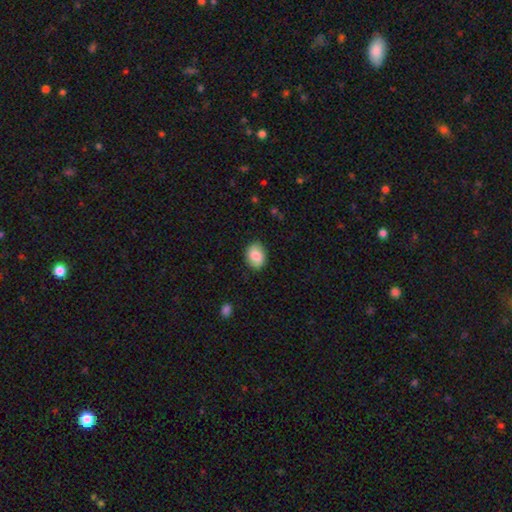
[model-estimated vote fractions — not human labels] smooth_or_featured: smooth (p=0.79) [alt: featured or disk p=0.14]
how_rounded: in between (p=0.63) [alt: round p=0.36]
merging: none (p=0.84) [alt: minor disturbance p=0.12]